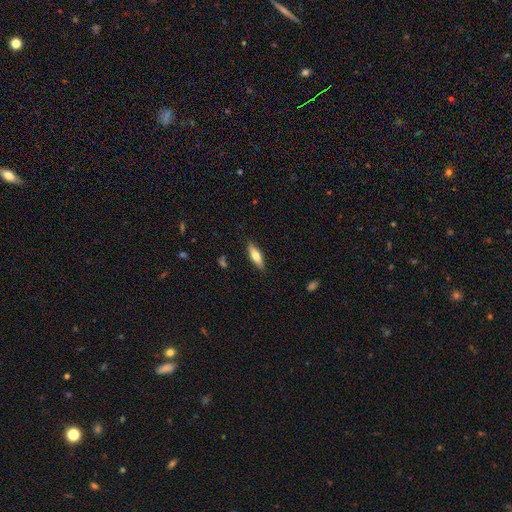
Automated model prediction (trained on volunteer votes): A smooth galaxy with no disk features (64%) that is cigar-shaped (53%).

Vote fractions:
- Smooth or featured? smooth: 64% / featured or disk: 30% / star or artifact: 6%
- How rounded? cigar-shaped: 53% / in between: 45% / round: 2%
- Merging? none: 87% / minor disturbance: 9% / major disturbance: 2% / merger: 1%